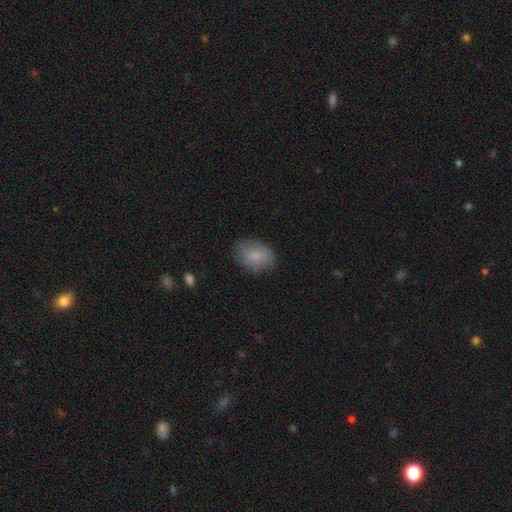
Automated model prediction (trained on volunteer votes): smooth-or-featured: smooth: 81% | featured or disk: 12% | star or artifact: 7%
  how-rounded: in between: 75% | round: 24% | cigar-shaped: 1%
  merging: none: 77% | minor disturbance: 18% | major disturbance: 4% | merger: 1%